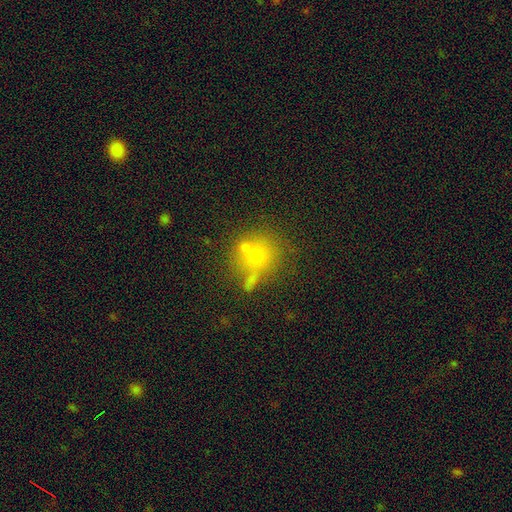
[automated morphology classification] smooth 60%, featured or disk 20%, star or artifact 19%. Down the decision tree: how rounded — round (86%); merging — none (51%).